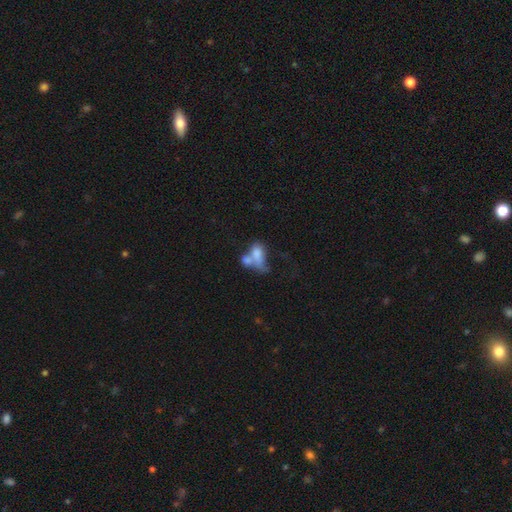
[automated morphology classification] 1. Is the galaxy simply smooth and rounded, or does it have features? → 67% smooth, 23% featured or disk, 10% star or artifact.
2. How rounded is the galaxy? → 83% in between, 11% round, 6% cigar-shaped.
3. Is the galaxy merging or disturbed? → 60% merger, 16% major disturbance, 15% none, 10% minor disturbance.